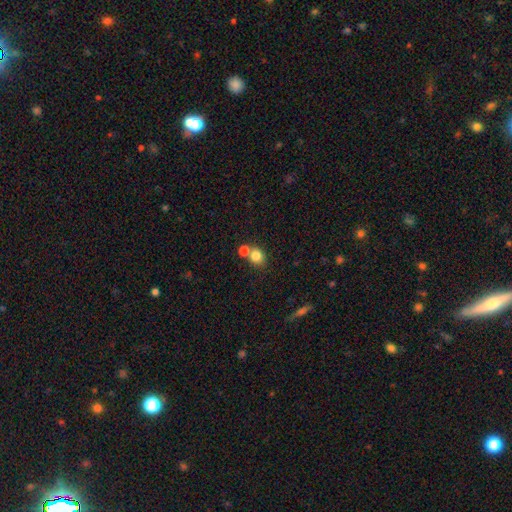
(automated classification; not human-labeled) A smooth galaxy with no disk features (81%) that is round (72%). Merging: none (50%).